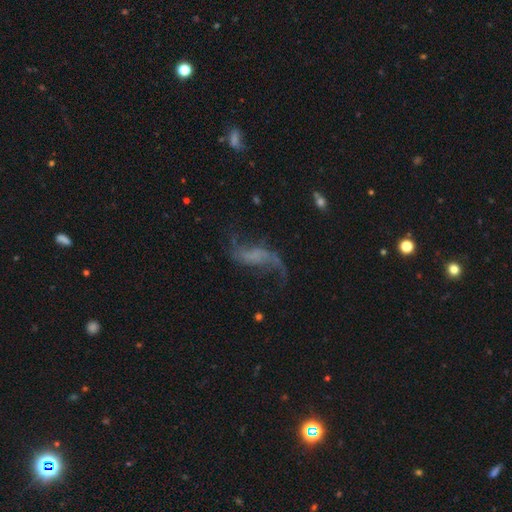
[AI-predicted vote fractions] Smooth or featured? Predicted: featured or disk (p=0.75). Edge-on disk? Predicted: no (p=0.93). Bar? Predicted: no (p=0.48). Spiral arms? Predicted: yes (p=0.88). Spiral winding? Predicted: loose (p=0.90). Spiral arm count? Predicted: 2 (p=0.86). Bulge size? Predicted: none (p=0.68). Merging? Predicted: none (p=0.56).